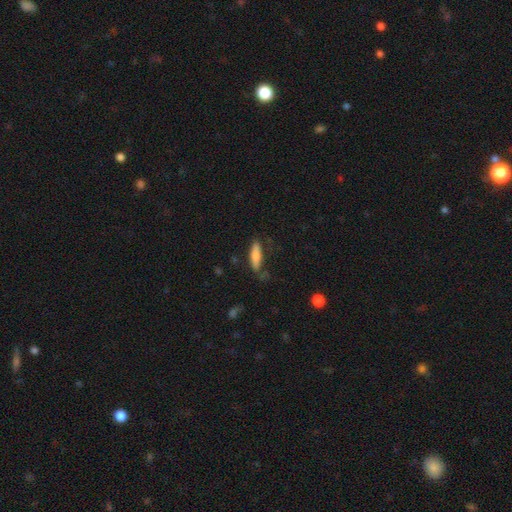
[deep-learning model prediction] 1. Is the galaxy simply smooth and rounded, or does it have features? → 76% smooth, 18% featured or disk, 6% star or artifact.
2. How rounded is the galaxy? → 64% cigar-shaped, 34% in between, 2% round.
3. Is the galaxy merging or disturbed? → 69% none, 21% minor disturbance, 7% major disturbance, 3% merger.